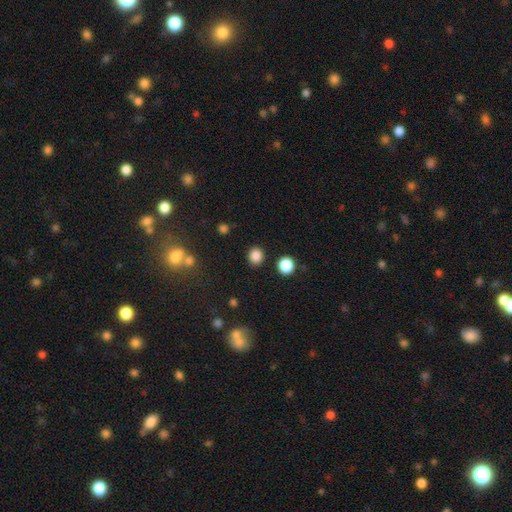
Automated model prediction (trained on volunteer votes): smooth 85%, star or artifact 12%, featured or disk 4%. Down the decision tree: how rounded — round (80%); merging — none (88%).